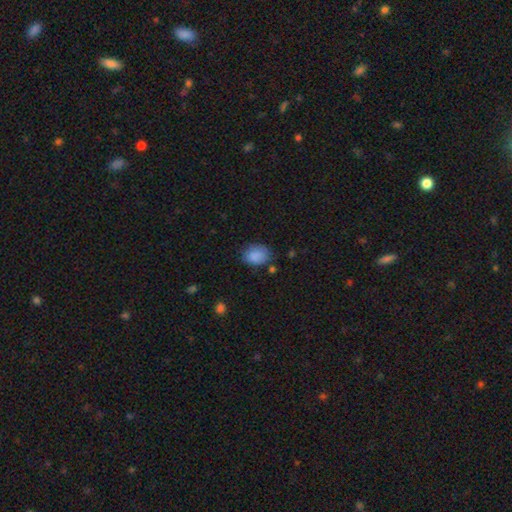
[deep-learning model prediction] Morphology: type=smooth (86%); roundness=in between (60%); merging=none (69%).